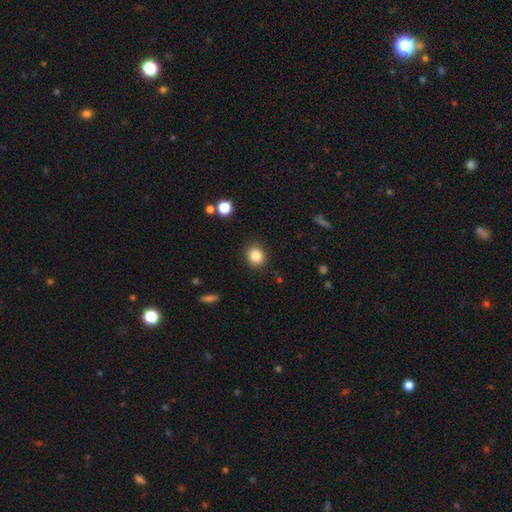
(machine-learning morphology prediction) Q: Smooth or featured?
A: smooth (84%); runner-up: star or artifact (11%)
Q: How rounded?
A: round (79%); runner-up: in between (21%)
Q: Merging?
A: none (90%); runner-up: minor disturbance (7%)